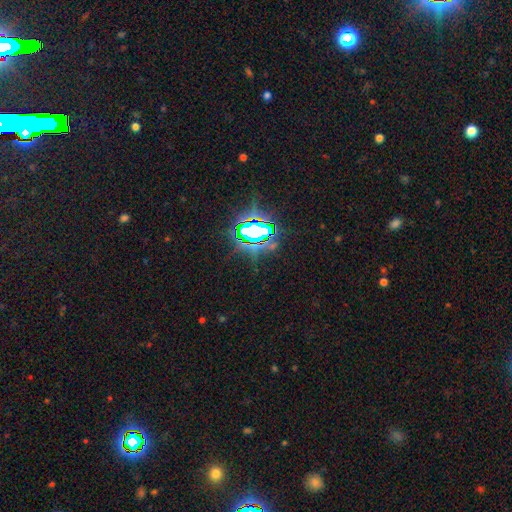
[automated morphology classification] This is clearly a star or artifact rather than a galaxy (82%).